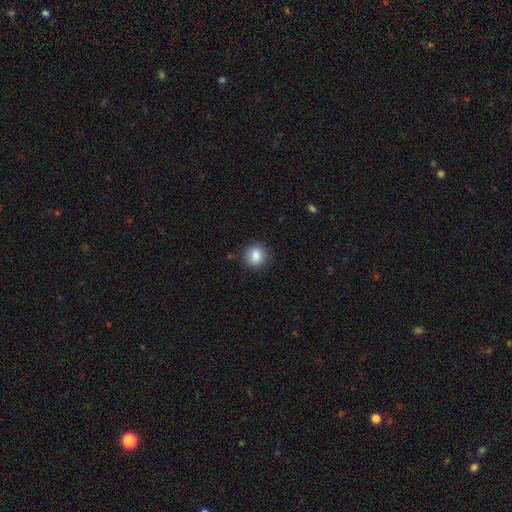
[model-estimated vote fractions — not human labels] smooth 86%, star or artifact 9%, featured or disk 5%. Down the decision tree: how rounded — round (88%); merging — none (88%).